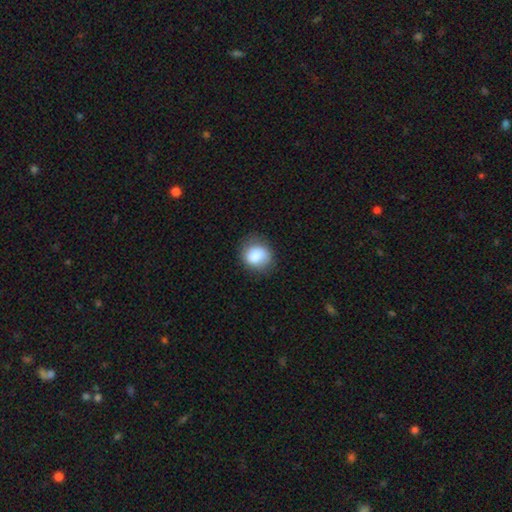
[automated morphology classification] Overall: smooth (83%). How rounded: round (69%; in between 30%). Merging: none (73%).